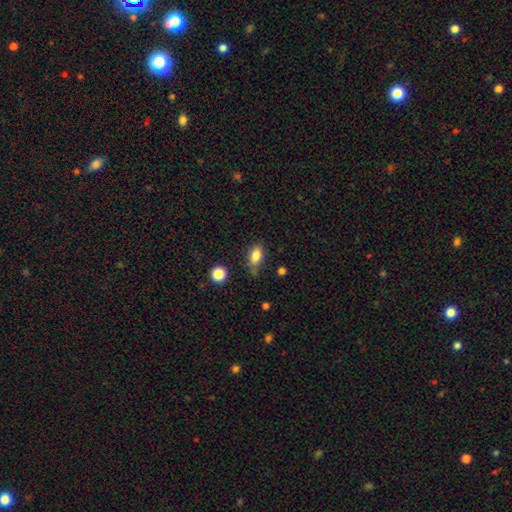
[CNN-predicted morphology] smooth 83%, star or artifact 9%, featured or disk 8%. Down the decision tree: how rounded — in between (86%); merging — none (66%).